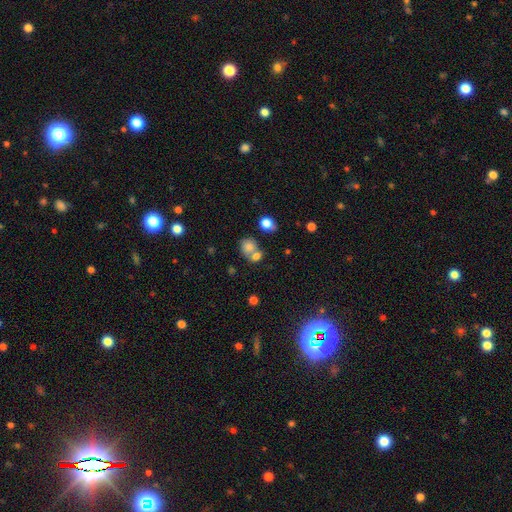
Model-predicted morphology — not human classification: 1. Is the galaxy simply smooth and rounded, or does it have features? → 76% smooth, 12% star or artifact, 12% featured or disk.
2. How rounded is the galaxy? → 60% round, 39% in between, 1% cigar-shaped.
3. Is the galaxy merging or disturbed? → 51% merger, 35% none, 9% minor disturbance, 5% major disturbance.